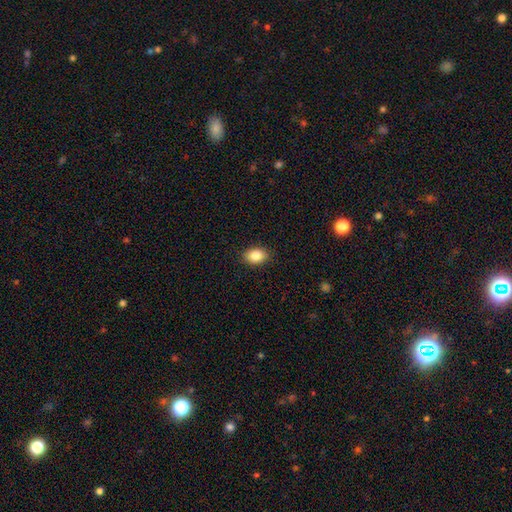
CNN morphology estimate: smooth 86%, star or artifact 8%, featured or disk 6%. Down the decision tree: how rounded — in between (82%); merging — none (88%).